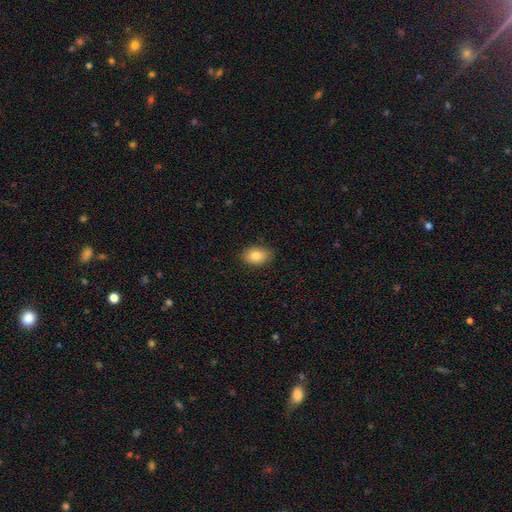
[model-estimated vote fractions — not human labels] Smooth or featured? smooth (84%)
How rounded? in between (83%)
Merging? none (86%)